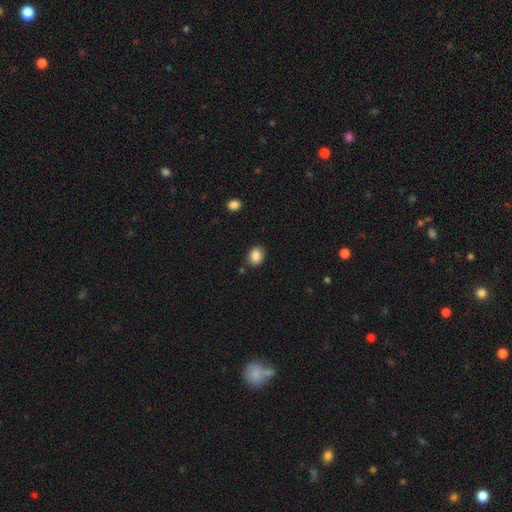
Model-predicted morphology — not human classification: Smooth or featured: smooth — 87% (star or artifact — 9%)
How rounded: in between — 54% (round — 45%)
Merging: none — 85% (minor disturbance — 10%)